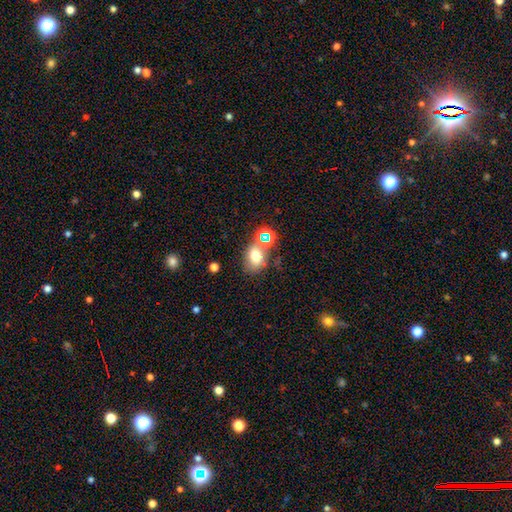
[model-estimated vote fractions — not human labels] This is likely a smooth galaxy (66%). How rounded: likely in between (65%). Merging: possibly none (53%).